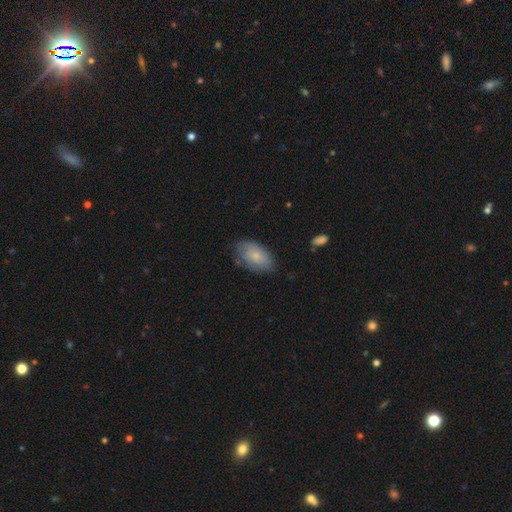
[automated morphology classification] Q: Smooth or featured?
A: smooth (70%); runner-up: featured or disk (24%)
Q: How rounded?
A: in between (92%); runner-up: round (7%)
Q: Merging?
A: none (67%); runner-up: minor disturbance (25%)